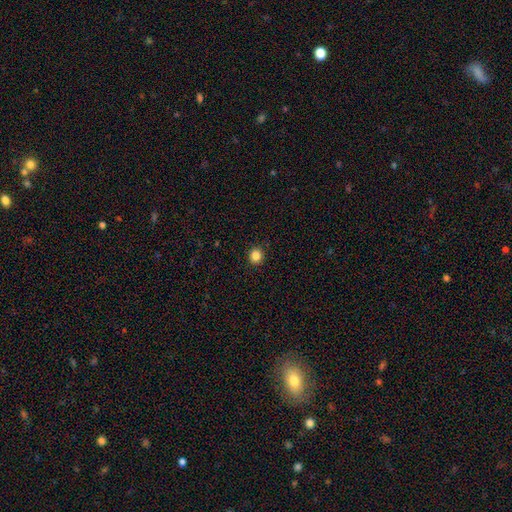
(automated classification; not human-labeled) Smooth or featured?
  - smooth: 85% *
  - star or artifact: 11%
  - featured or disk: 4%
How rounded?
  - round: 88% *
  - in between: 11%
  - cigar-shaped: 1%
Merging?
  - none: 92% *
  - minor disturbance: 5%
  - major disturbance: 2%
  - merger: 1%